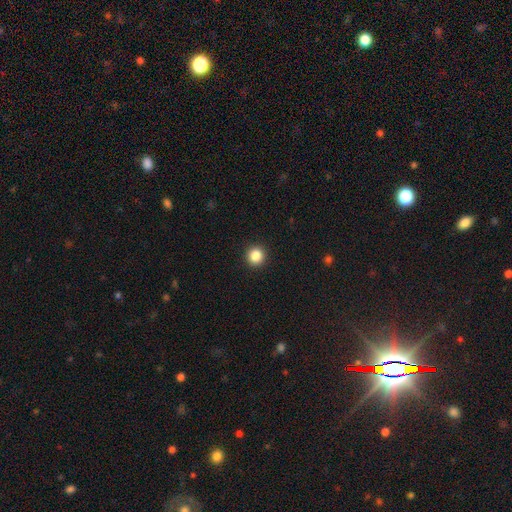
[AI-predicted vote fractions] Smooth or featured? smooth (86%)
How rounded? round (95%)
Merging? none (93%)